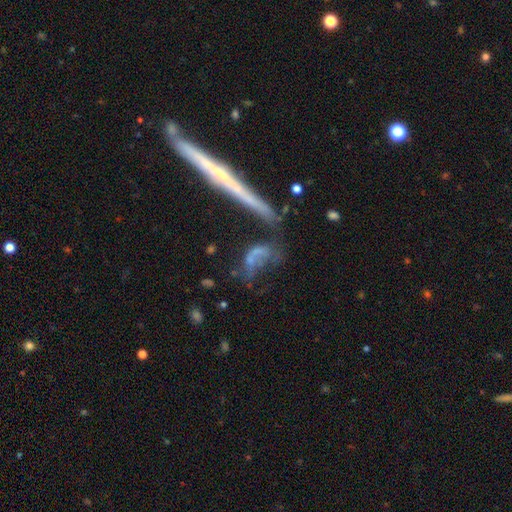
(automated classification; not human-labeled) Smooth or featured? featured or disk (45%)
Merging? none (33%)